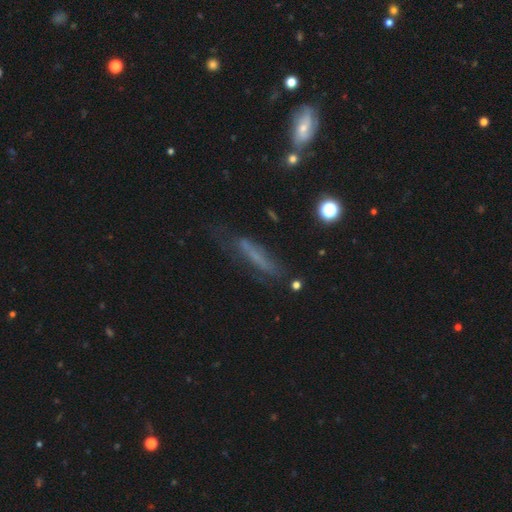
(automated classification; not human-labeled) smooth 48%, featured or disk 38%, star or artifact 14%. Down the decision tree: merging — none (58%).